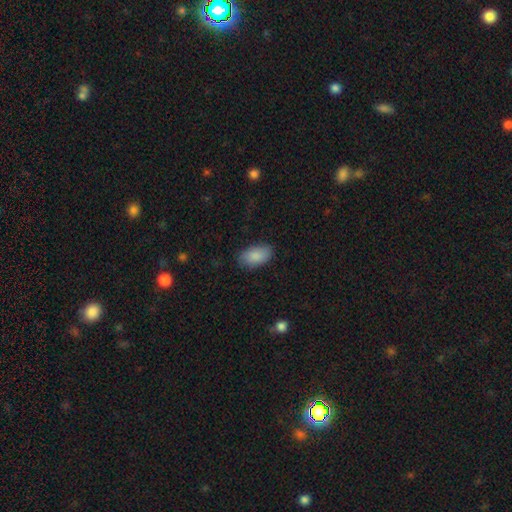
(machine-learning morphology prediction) smooth 88%, star or artifact 6%, featured or disk 6%. Down the decision tree: how rounded — in between (94%); merging — none (83%).